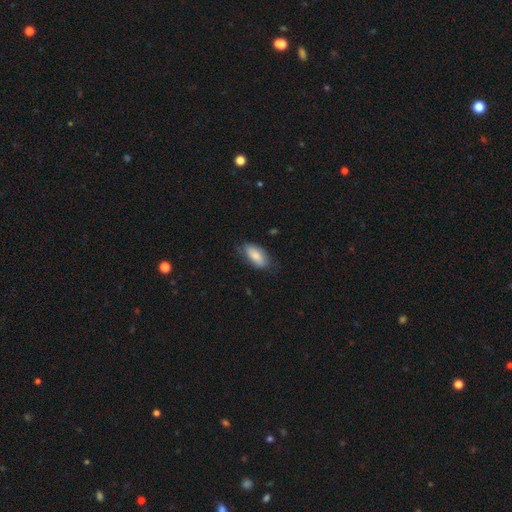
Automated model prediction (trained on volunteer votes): Q: Smooth or featured?
A: smooth (79%); runner-up: featured or disk (14%)
Q: How rounded?
A: in between (89%); runner-up: cigar-shaped (9%)
Q: Merging?
A: none (67%); runner-up: minor disturbance (25%)